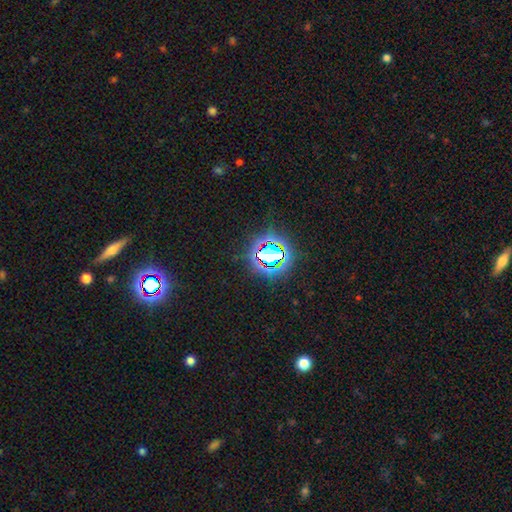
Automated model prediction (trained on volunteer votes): Morphology: type=star or artifact (78%).